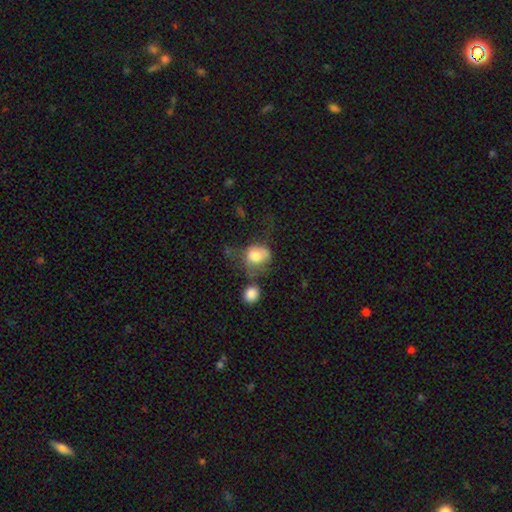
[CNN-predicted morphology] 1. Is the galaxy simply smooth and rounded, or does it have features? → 74% smooth, 17% featured or disk, 9% star or artifact.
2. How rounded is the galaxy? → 65% round, 34% in between, 1% cigar-shaped.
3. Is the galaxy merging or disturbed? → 29% none, 27% major disturbance, 24% minor disturbance, 20% merger.